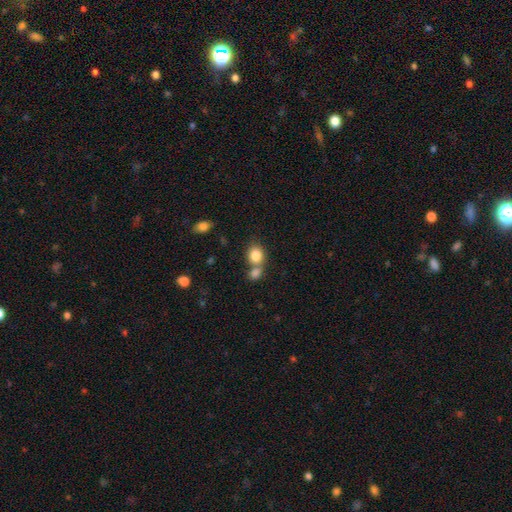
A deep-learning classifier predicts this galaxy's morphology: This is clearly a smooth galaxy (84%). How rounded: likely round (62%). Merging: marginally none (45%).